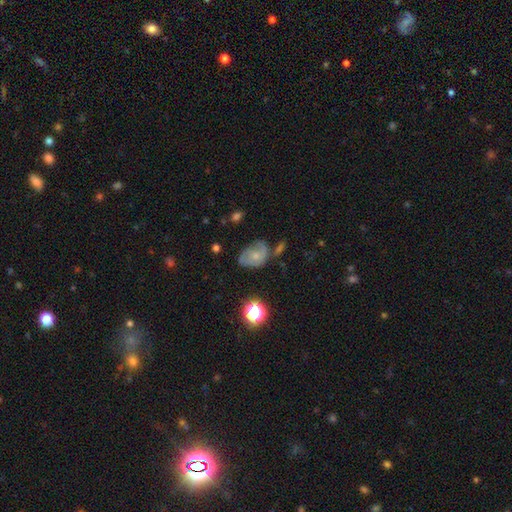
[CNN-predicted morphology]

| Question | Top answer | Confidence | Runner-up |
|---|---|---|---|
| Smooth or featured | featured or disk | 48% | smooth (41%) |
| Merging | none | 42% | minor disturbance (31%) |